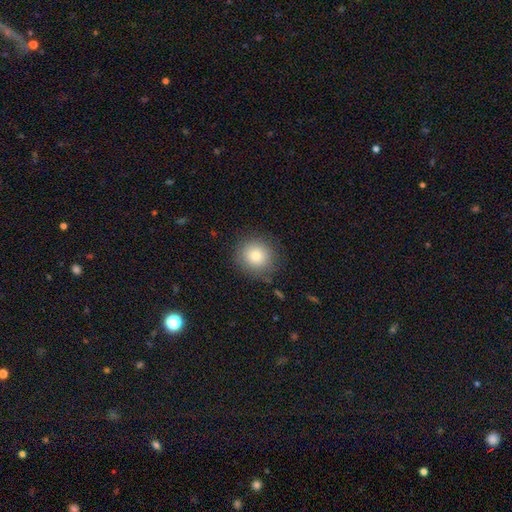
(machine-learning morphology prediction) Smooth or featured: smooth — 80% (star or artifact — 11%)
How rounded: round — 91% (in between — 8%)
Merging: none — 86% (minor disturbance — 9%)